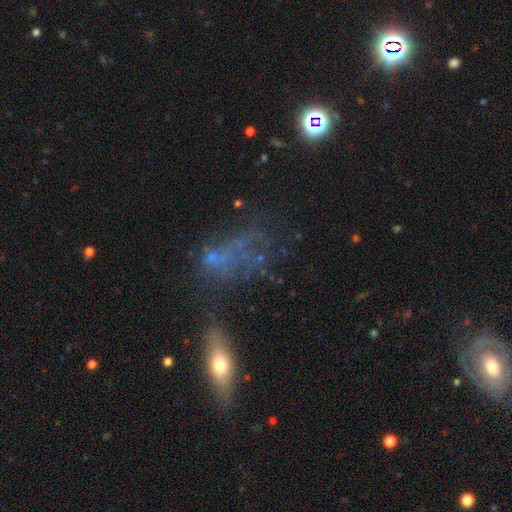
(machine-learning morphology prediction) smooth_or_featured: smooth (p=0.36) [tied with: featured or disk p=0.36]
merging: none (p=0.37) [alt: major disturbance p=0.30]